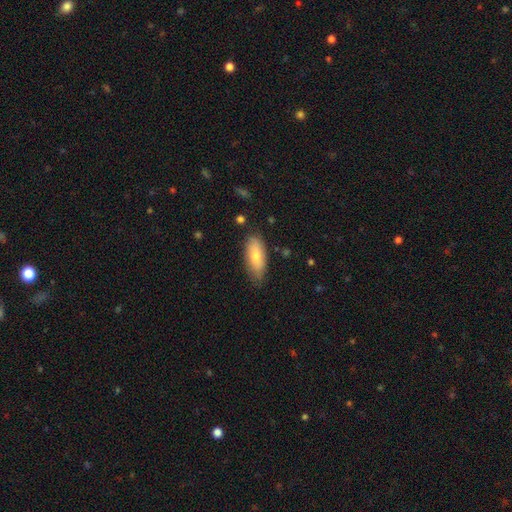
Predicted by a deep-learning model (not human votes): Smooth or featured? smooth (74%)
How rounded? in between (83%)
Merging? none (75%)